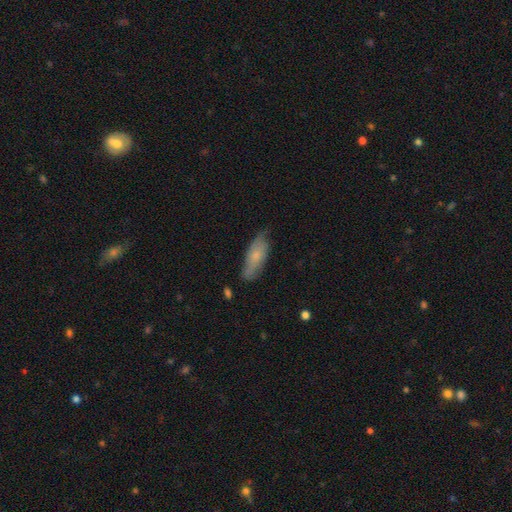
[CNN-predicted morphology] Overall: smooth (66%; featured or disk 27%). How rounded: in between (67%; cigar-shaped 31%). Merging: none (67%).